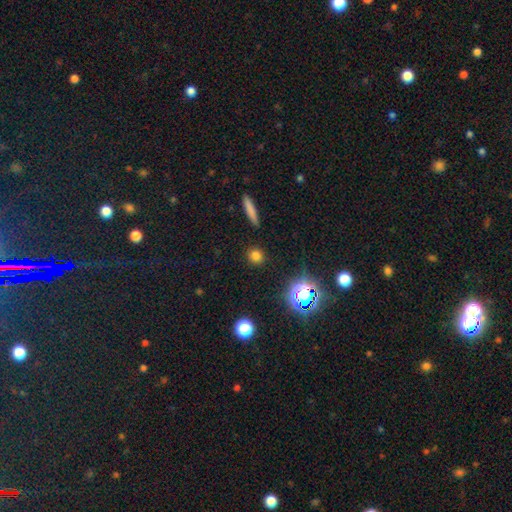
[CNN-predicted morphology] smooth 76%, star or artifact 18%, featured or disk 6%. Down the decision tree: how rounded — round (89%); merging — none (91%).